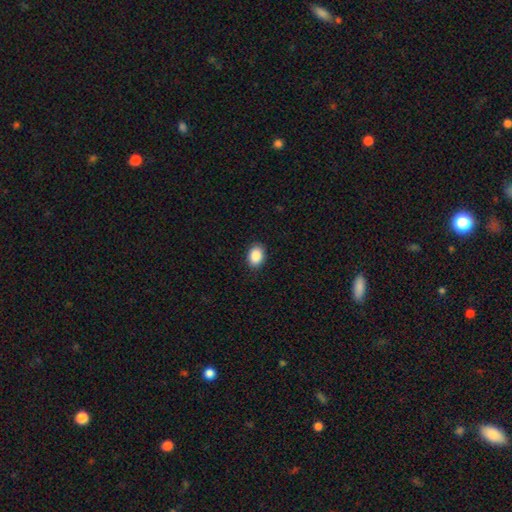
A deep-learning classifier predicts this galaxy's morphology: A smooth galaxy with no disk features (89%) that is in between round and cigar-shaped (76%). Merging: none (89%).